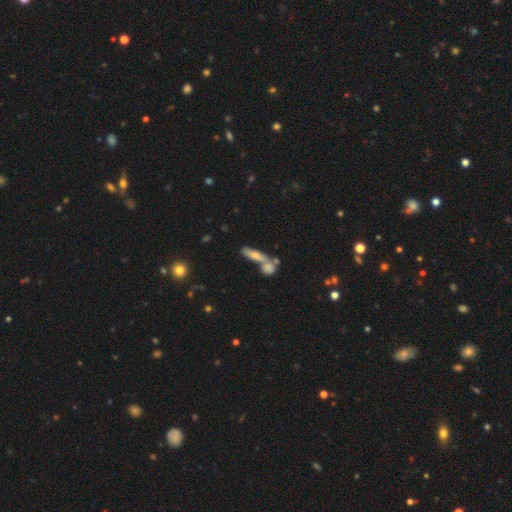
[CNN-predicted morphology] The model was most divided on "merging": merger: 43%, none: 42%, minor disturbance: 10%, major disturbance: 5%. More confident: how rounded — cigar-shaped (57%); smooth or featured — smooth (51%).